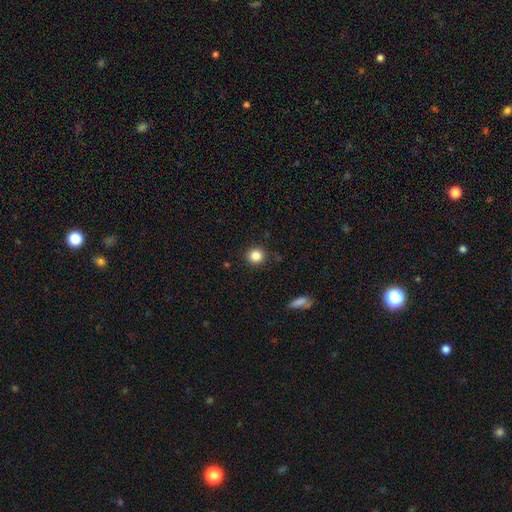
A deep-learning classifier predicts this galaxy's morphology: type=smooth (85%); roundness=round (91%); merging=none (88%).